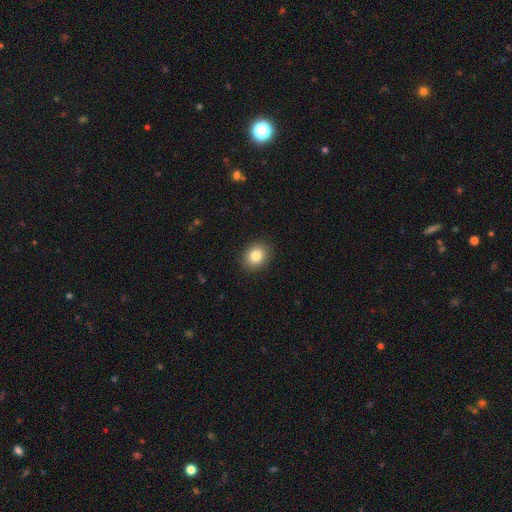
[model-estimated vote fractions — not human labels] smooth-or-featured: smooth: 83% | star or artifact: 9% | featured or disk: 7%
  how-rounded: round: 50% | in between: 49% | cigar-shaped: 1%
  merging: none: 89% | minor disturbance: 8% | major disturbance: 2% | merger: 1%